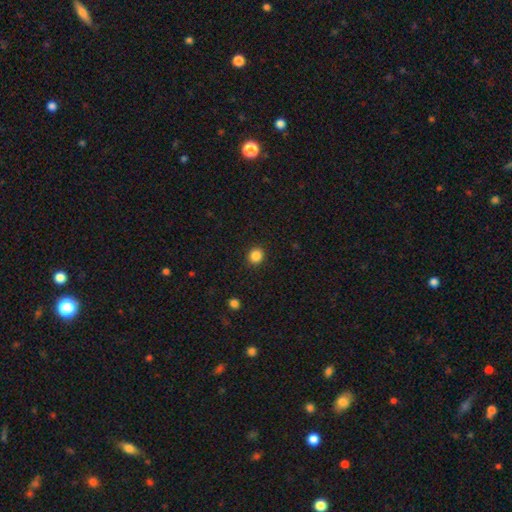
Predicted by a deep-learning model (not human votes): The model was most divided on "smooth or featured": smooth: 86%, star or artifact: 11%, featured or disk: 3%. More confident: merging — none (92%); how rounded — round (87%).